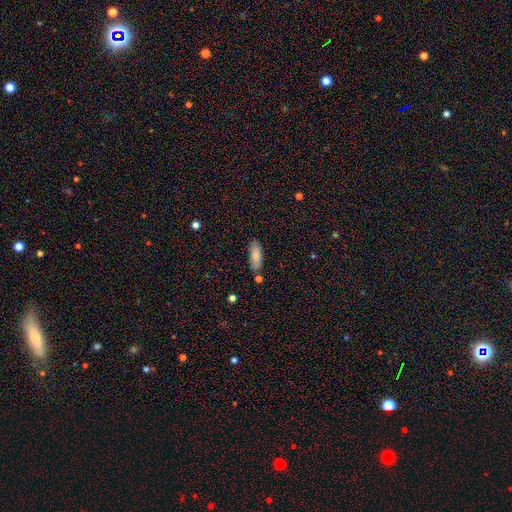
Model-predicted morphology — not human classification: Q: Smooth or featured?
A: smooth (83%); runner-up: featured or disk (10%)
Q: How rounded?
A: in between (67%); runner-up: cigar-shaped (31%)
Q: Merging?
A: none (79%); runner-up: minor disturbance (14%)